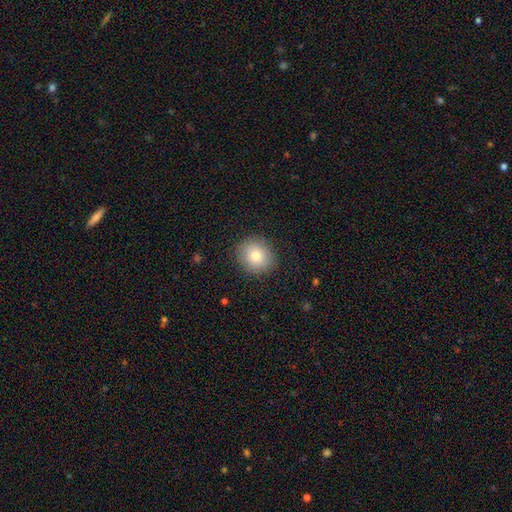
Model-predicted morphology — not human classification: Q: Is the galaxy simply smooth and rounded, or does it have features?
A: smooth — 79%.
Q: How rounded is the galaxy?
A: round — 86%.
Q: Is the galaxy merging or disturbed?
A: none — 89%.